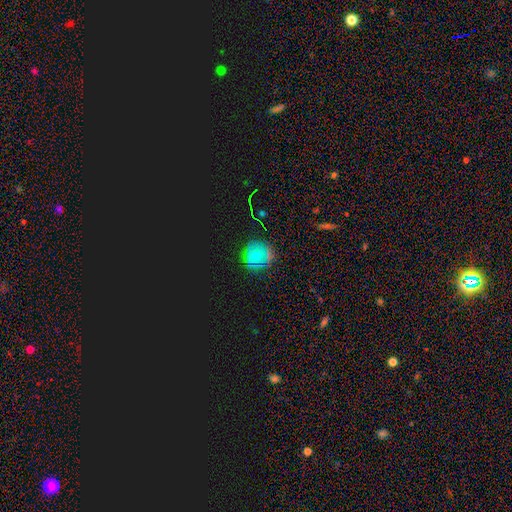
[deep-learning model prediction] smooth-or-featured: smooth: 39% | star or artifact: 36% | featured or disk: 25%
  merging: none: 79% | minor disturbance: 14% | major disturbance: 5% | merger: 2%